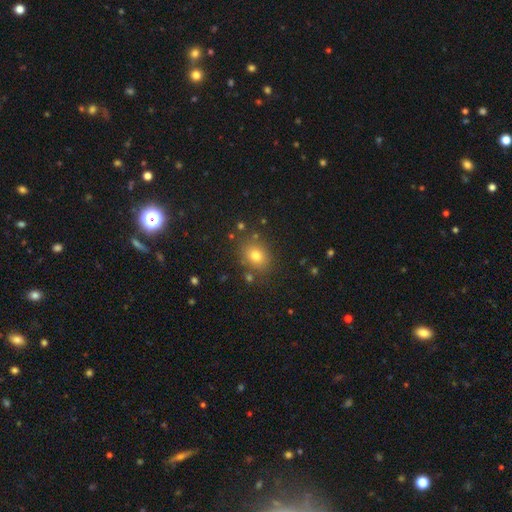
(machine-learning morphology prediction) Smooth or featured: smooth — 76% (star or artifact — 15%)
How rounded: round — 51% (in between — 48%)
Merging: none — 81% (minor disturbance — 11%)